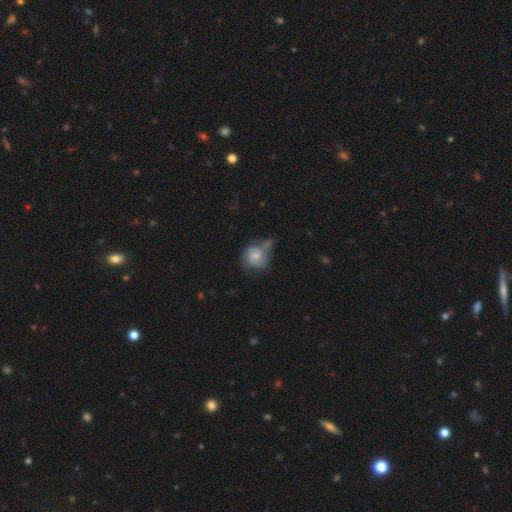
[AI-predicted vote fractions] A smooth galaxy with no disk features (47%). Merging: none (39%).